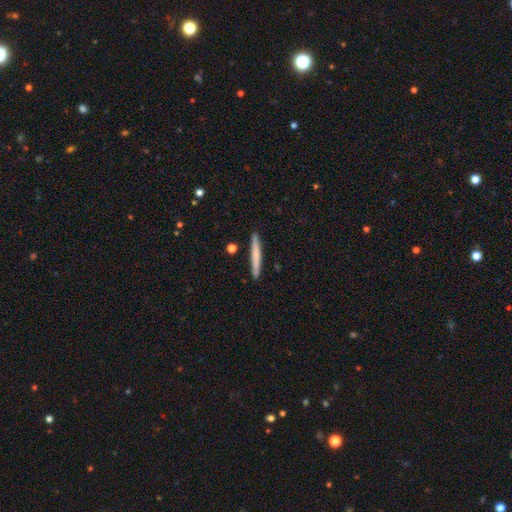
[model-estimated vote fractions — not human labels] Overall: smooth (70%). How rounded: cigar-shaped (96%). Merging: none (90%).